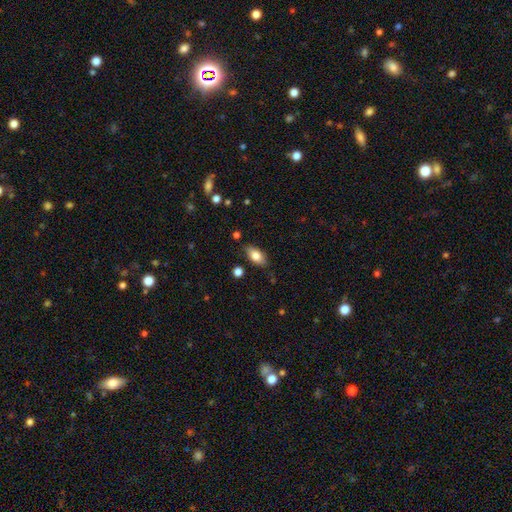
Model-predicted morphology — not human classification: A smooth galaxy with no disk features (80%) that is in between round and cigar-shaped (90%).

Vote fractions:
- Smooth or featured? smooth: 80% / featured or disk: 12% / star or artifact: 7%
- How rounded? in between: 90% / cigar-shaped: 6% / round: 4%
- Merging? none: 82% / minor disturbance: 13% / major disturbance: 3% / merger: 2%